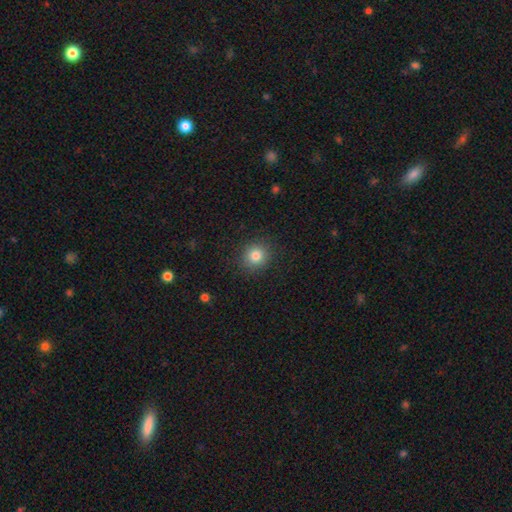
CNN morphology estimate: Smooth or featured? Predicted: smooth (p=0.82). How rounded? Predicted: round (p=0.85). Merging? Predicted: none (p=0.88).